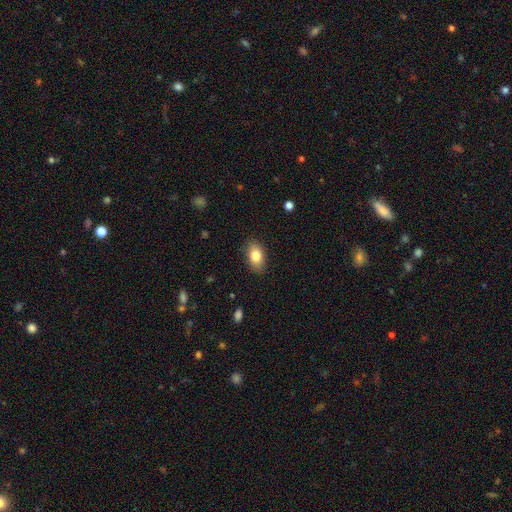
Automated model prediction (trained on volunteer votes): The model was most divided on "smooth or featured": smooth: 82%, featured or disk: 10%, star or artifact: 7%. More confident: how rounded — in between (90%); merging — none (87%).